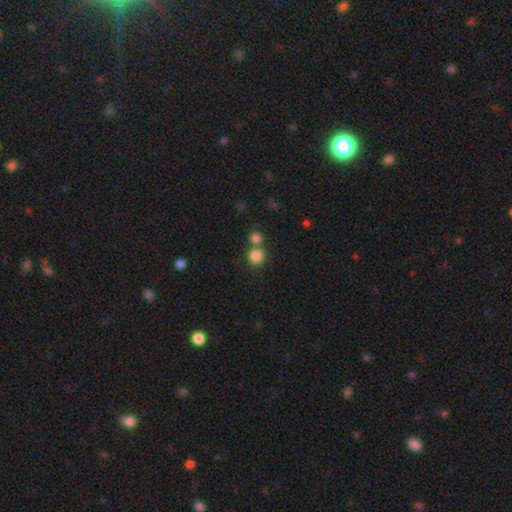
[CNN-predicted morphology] smooth-or-featured: smooth: 84% | star or artifact: 11% | featured or disk: 5%
  how-rounded: round: 91% | in between: 8% | cigar-shaped: 1%
  merging: none: 61% | merger: 29% | minor disturbance: 7% | major disturbance: 3%